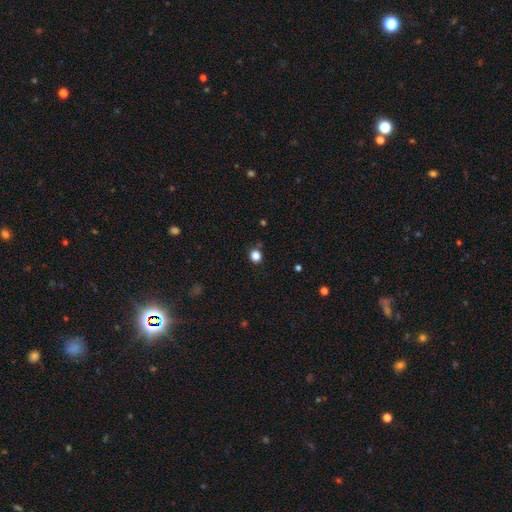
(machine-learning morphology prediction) Q: Smooth or featured?
A: smooth (83%); runner-up: star or artifact (14%)
Q: How rounded?
A: round (87%); runner-up: in between (12%)
Q: Merging?
A: none (85%); runner-up: minor disturbance (9%)